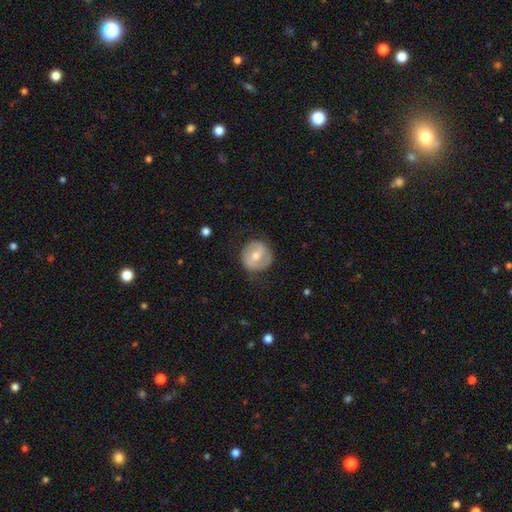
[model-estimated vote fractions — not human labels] Smooth or featured?
  - featured or disk: 49% *
  - smooth: 43%
  - star or artifact: 7%
Merging?
  - none: 79% *
  - minor disturbance: 15%
  - major disturbance: 5%
  - merger: 1%